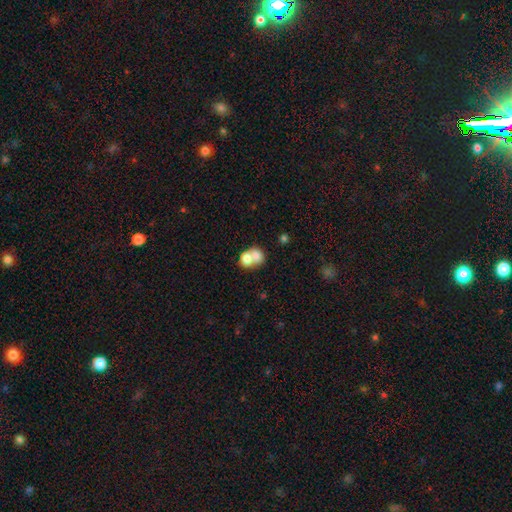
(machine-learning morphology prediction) Smooth or featured: smooth — 71% (featured or disk — 20%)
How rounded: round — 57% (in between — 42%)
Merging: merger — 70% (none — 21%)